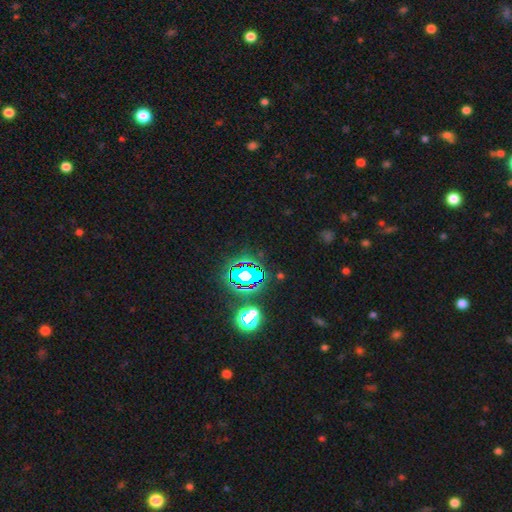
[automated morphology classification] A star or artifact, not a galaxy (80%).

Vote fractions:
- Smooth or featured? star or artifact: 80% / smooth: 12% / featured or disk: 7%